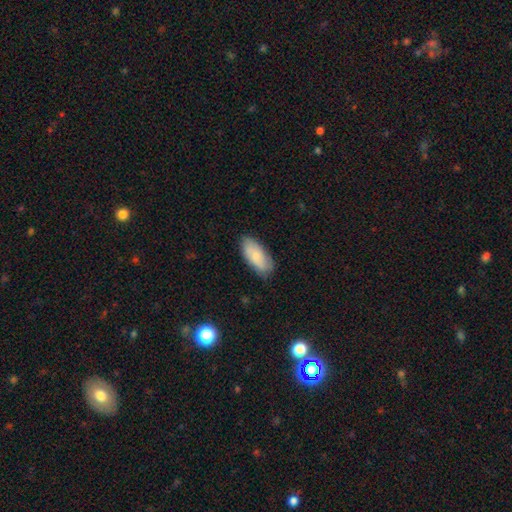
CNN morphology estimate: Smooth or featured?
  - smooth: 78% *
  - featured or disk: 16%
  - star or artifact: 6%
How rounded?
  - in between: 86% *
  - cigar-shaped: 12%
  - round: 2%
Merging?
  - none: 79% *
  - minor disturbance: 17%
  - major disturbance: 3%
  - merger: 1%